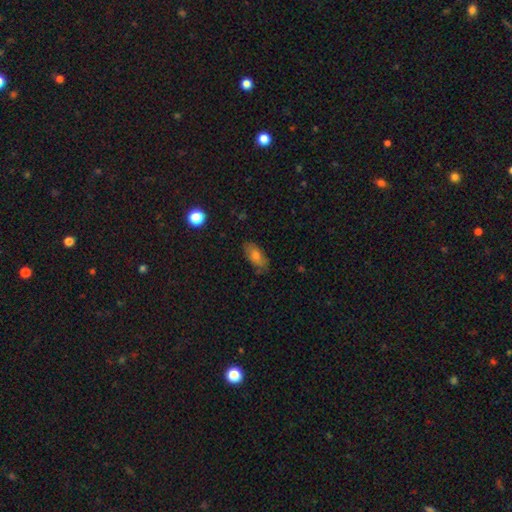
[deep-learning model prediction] Smooth or featured? smooth (69%)
How rounded? in between (84%)
Merging? none (79%)